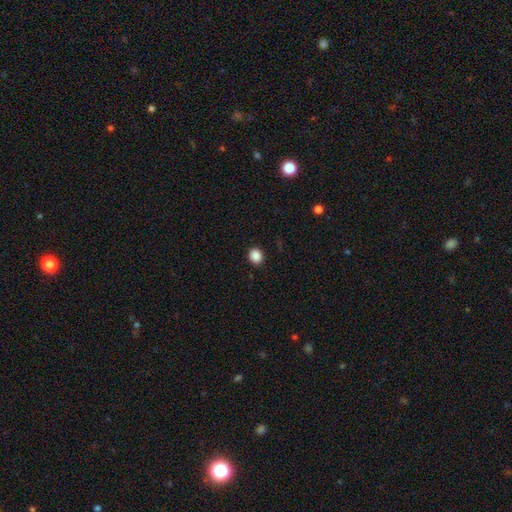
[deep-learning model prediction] Smooth or featured? smooth (88%)
How rounded? round (73%)
Merging? none (91%)